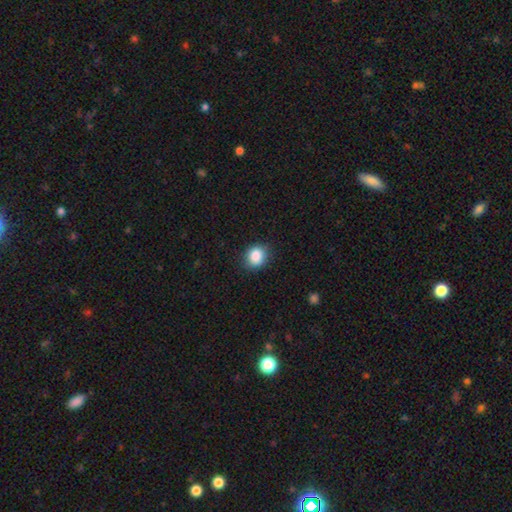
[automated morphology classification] smooth 87%, star or artifact 9%, featured or disk 4%. Down the decision tree: how rounded — round (70%); merging — none (82%).